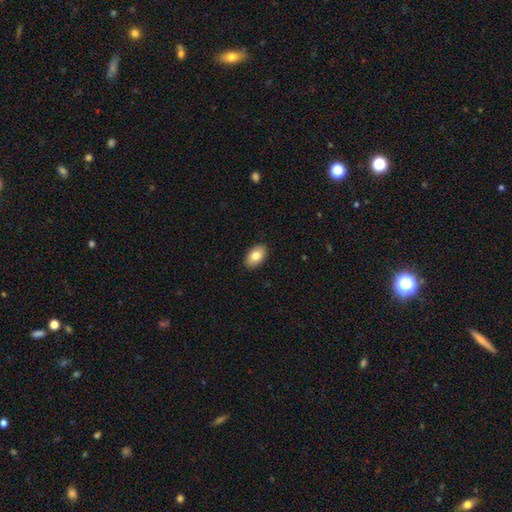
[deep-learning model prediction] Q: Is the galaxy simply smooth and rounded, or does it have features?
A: smooth — 82%.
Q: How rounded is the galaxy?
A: in between — 91%.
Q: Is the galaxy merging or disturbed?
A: none — 89%.